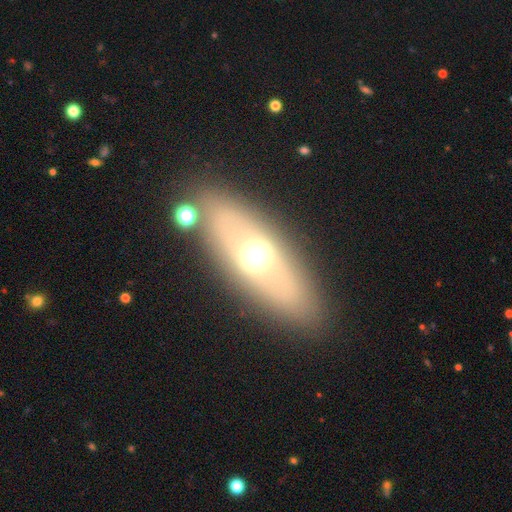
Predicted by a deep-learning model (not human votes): smooth-or-featured: featured or disk: 46% | smooth: 43% | star or artifact: 11%
  merging: none: 83% | minor disturbance: 9% | major disturbance: 4% | merger: 4%